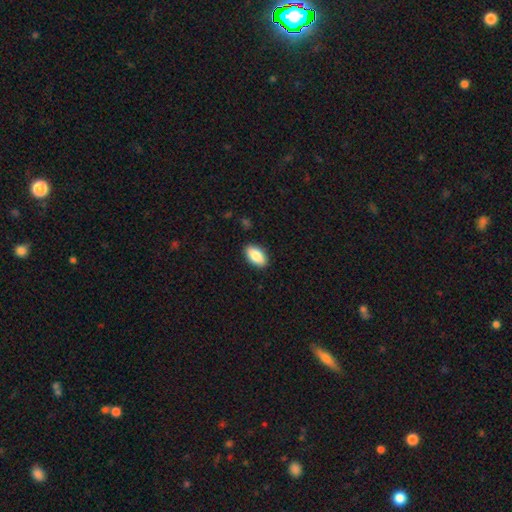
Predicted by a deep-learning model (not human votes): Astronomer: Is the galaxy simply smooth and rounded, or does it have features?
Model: smooth — 85%.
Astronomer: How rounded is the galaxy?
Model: in between — 92%.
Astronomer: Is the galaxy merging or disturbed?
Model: none — 89%.